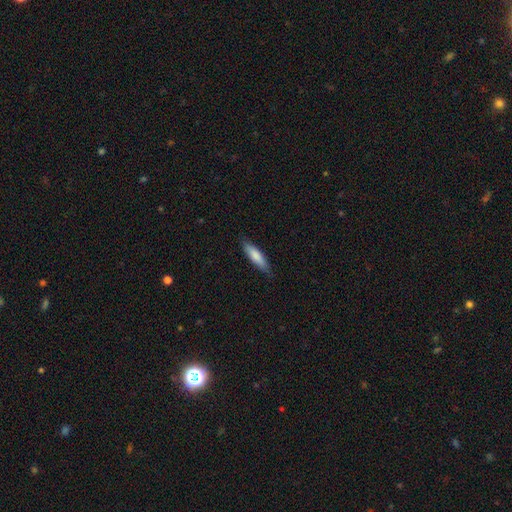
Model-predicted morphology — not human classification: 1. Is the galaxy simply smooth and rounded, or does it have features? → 80% smooth, 15% featured or disk, 5% star or artifact.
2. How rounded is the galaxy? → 67% cigar-shaped, 32% in between, 1% round.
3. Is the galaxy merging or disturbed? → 81% none, 15% minor disturbance, 2% major disturbance, 1% merger.